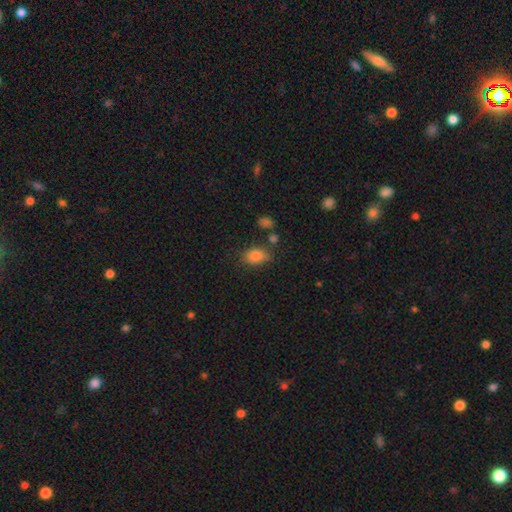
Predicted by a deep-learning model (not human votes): smooth-or-featured: smooth: 84% | star or artifact: 10% | featured or disk: 6%
  how-rounded: in between: 83% | round: 15% | cigar-shaped: 2%
  merging: none: 71% | minor disturbance: 17% | merger: 7% | major disturbance: 5%